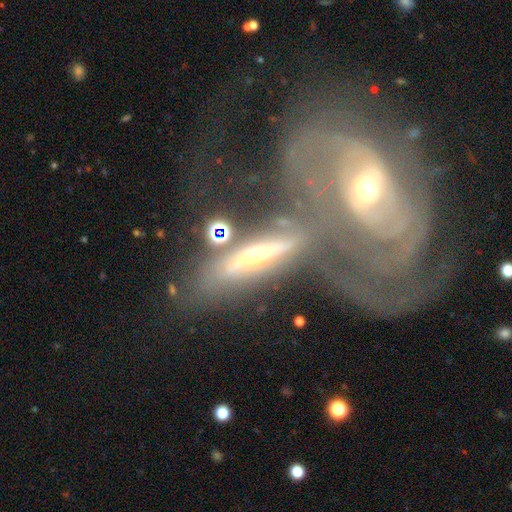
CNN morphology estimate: Q: Smooth or featured?
A: featured or disk (70%); runner-up: smooth (20%)
Q: Edge-on disk?
A: yes (63%); runner-up: no (37%)
Q: Merging?
A: none (39%); runner-up: merger (31%)